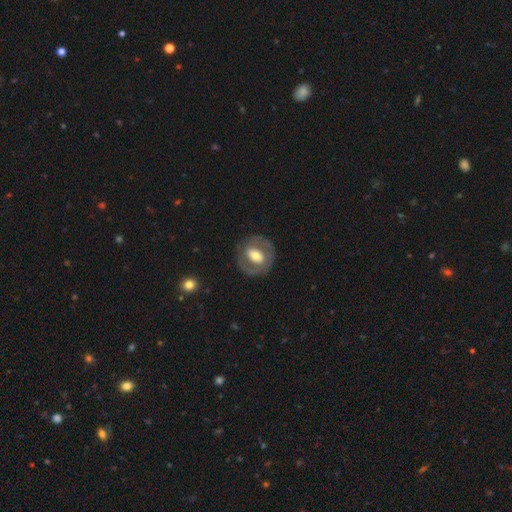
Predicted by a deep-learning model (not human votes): Smooth or featured?
  - featured or disk: 60% *
  - smooth: 34%
  - star or artifact: 5%
Edge-on disk?
  - no: 95% *
  - yes: 5%
Bar?
  - weak: 36% *
  - no: 34%
  - strong: 31%
Spiral arms?
  - no: 55% *
  - yes: 45%
Bulge size?
  - moderate: 60% *
  - large: 23%
  - small: 13%
  - dominant: 2%
  - none: 1%
Merging?
  - none: 80% *
  - minor disturbance: 12%
  - major disturbance: 7%
  - merger: 1%